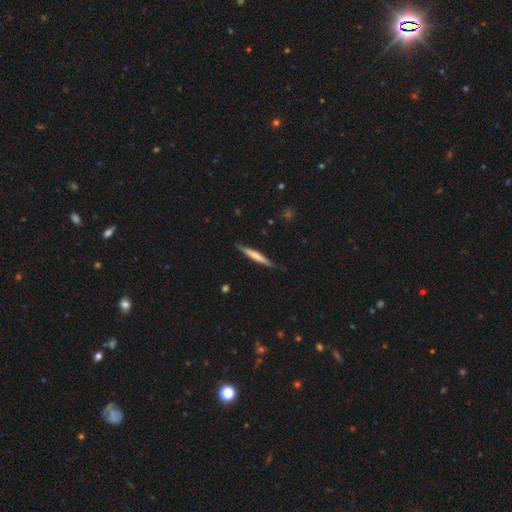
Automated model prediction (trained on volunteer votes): smooth 56%, featured or disk 39%, star or artifact 5%. Down the decision tree: how rounded — cigar-shaped (95%); merging — none (85%).